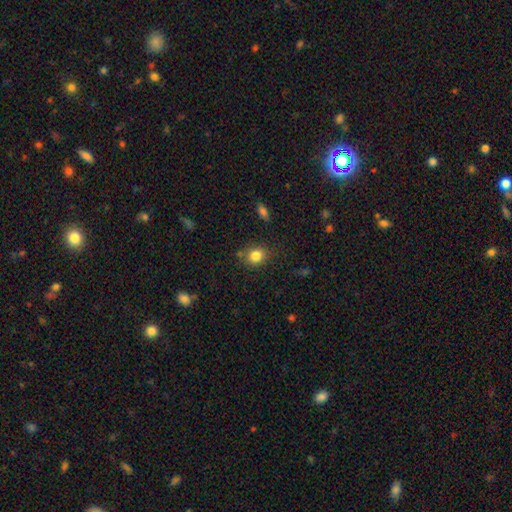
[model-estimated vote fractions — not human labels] The model was most divided on "how rounded": round: 68%, in between: 31%, cigar-shaped: 1%. More confident: smooth or featured — smooth (83%); merging — none (76%).